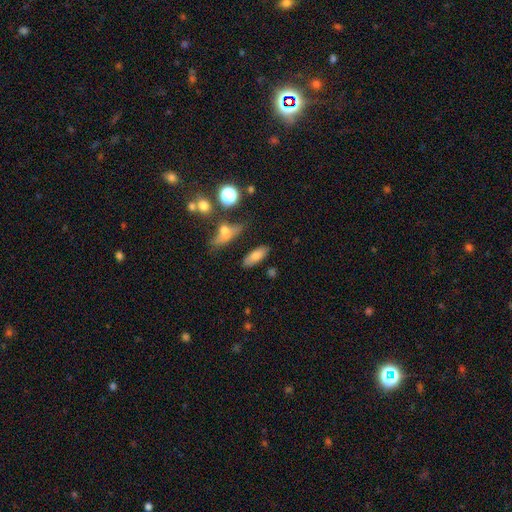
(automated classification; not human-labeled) This appears to be a smooth galaxy with no disk features (76%) that is in between round and cigar-shaped (71%). Merging: none (79%).